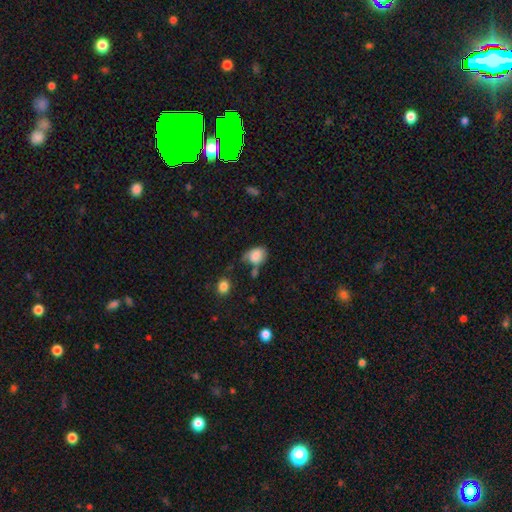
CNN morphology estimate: Smooth or featured?
  - smooth: 79% *
  - featured or disk: 12%
  - star or artifact: 9%
How rounded?
  - in between: 70% *
  - round: 29%
  - cigar-shaped: 1%
Merging?
  - none: 38% *
  - minor disturbance: 34%
  - major disturbance: 15%
  - merger: 13%